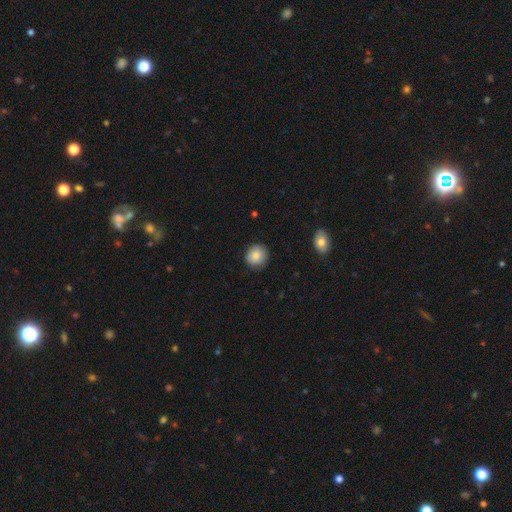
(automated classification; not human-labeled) The model was most divided on "merging": none: 83%, minor disturbance: 14%, major disturbance: 3%, merger: 1%. More confident: how rounded — round (85%); smooth or featured — smooth (82%).